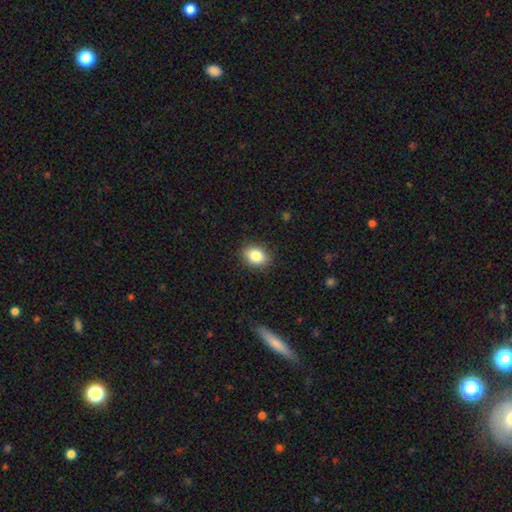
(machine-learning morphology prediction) Smooth or featured? smooth (85%)
How rounded? in between (59%)
Merging? none (88%)